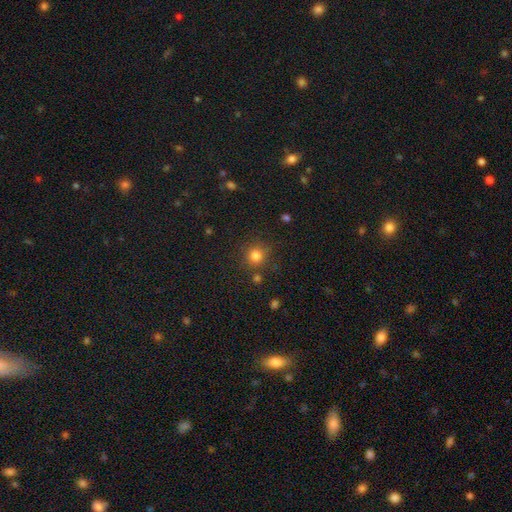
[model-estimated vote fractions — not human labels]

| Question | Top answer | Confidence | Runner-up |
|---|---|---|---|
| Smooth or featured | smooth | 80% | star or artifact (14%) |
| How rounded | round | 92% | in between (7%) |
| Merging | none | 82% | minor disturbance (9%) |